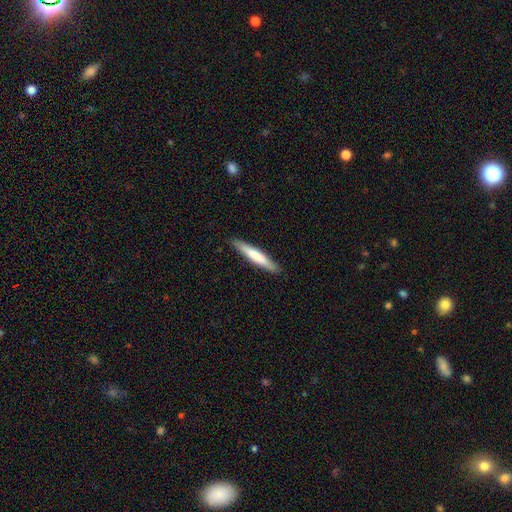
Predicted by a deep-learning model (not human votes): smooth 64%, featured or disk 31%, star or artifact 5%. Down the decision tree: how rounded — cigar-shaped (93%); merging — none (90%).